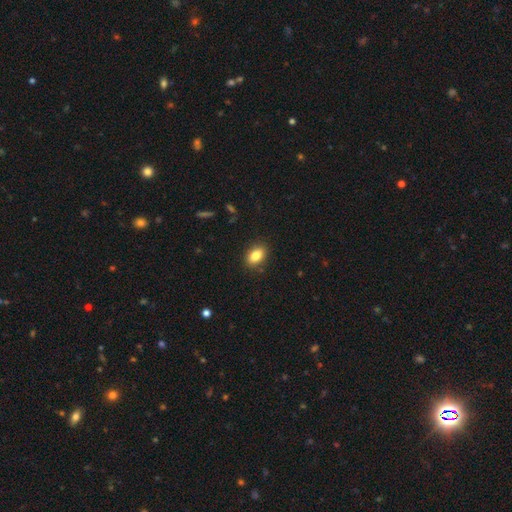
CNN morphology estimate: smooth 84%, star or artifact 9%, featured or disk 7%. Down the decision tree: how rounded — in between (86%); merging — none (88%).